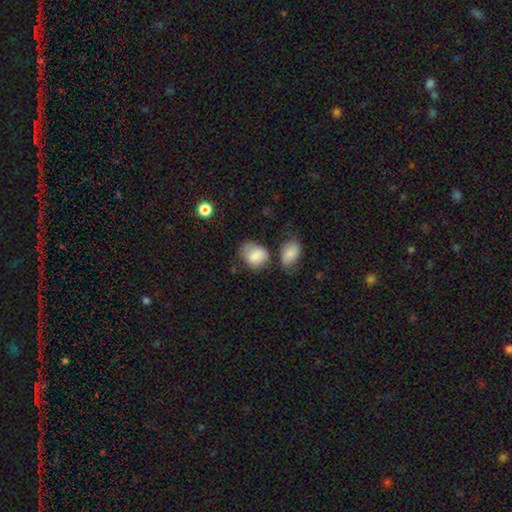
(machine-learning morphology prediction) This is clearly a smooth galaxy (83%). How rounded: likely in between (65%). Merging: marginally none (44%).